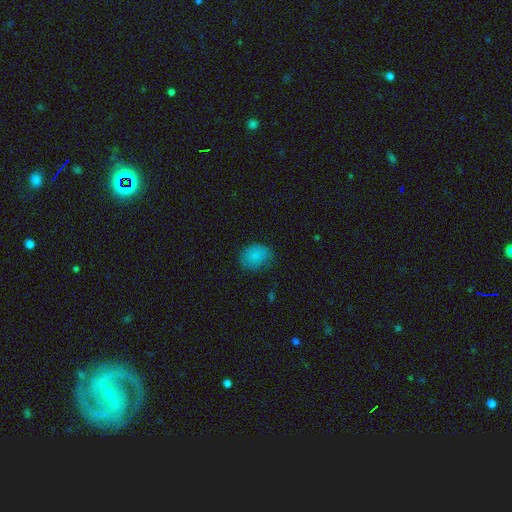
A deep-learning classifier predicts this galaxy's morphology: Smooth or featured? Predicted: smooth (p=0.84). How rounded? Predicted: in between (p=0.53). Merging? Predicted: none (p=0.68).